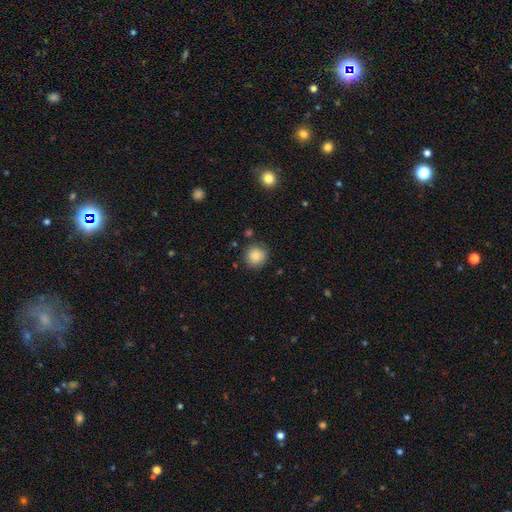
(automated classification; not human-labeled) Morphology: type=smooth (86%); roundness=round (91%); merging=none (84%).